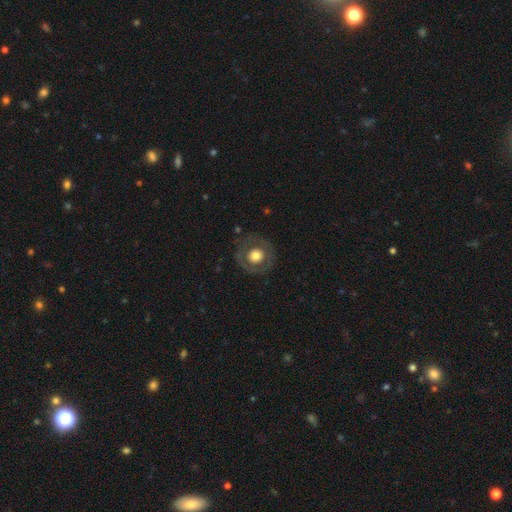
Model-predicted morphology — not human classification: Smooth or featured? Predicted: smooth (p=0.55). How rounded? Predicted: round (p=0.91). Merging? Predicted: none (p=0.80).